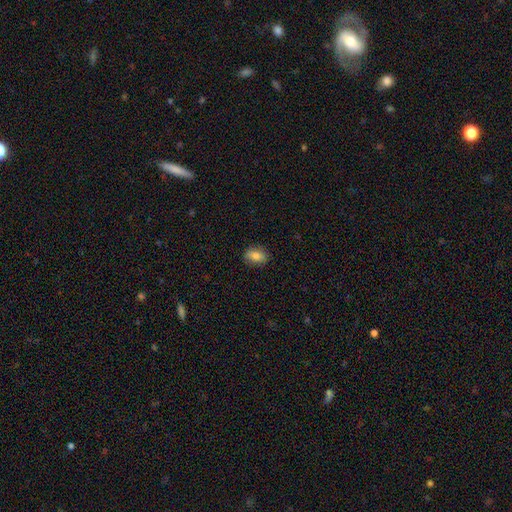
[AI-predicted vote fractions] smooth-or-featured: smooth: 78% | featured or disk: 13% | star or artifact: 8%
  how-rounded: in between: 76% | round: 22% | cigar-shaped: 3%
  merging: none: 84% | minor disturbance: 12% | major disturbance: 3% | merger: 1%